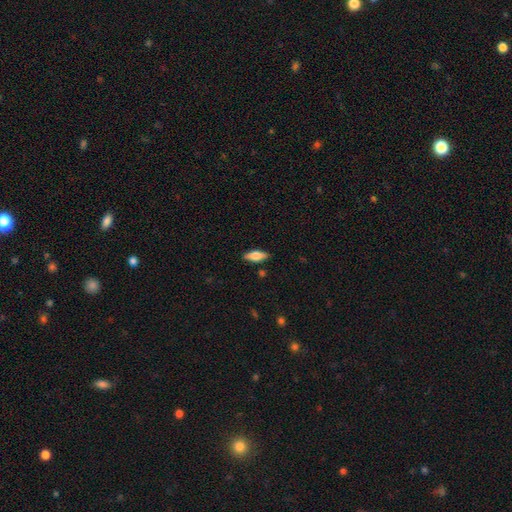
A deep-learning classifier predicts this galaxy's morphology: This is likely a smooth galaxy (67%). How rounded: likely in between (71%). Merging: clearly none (86%).